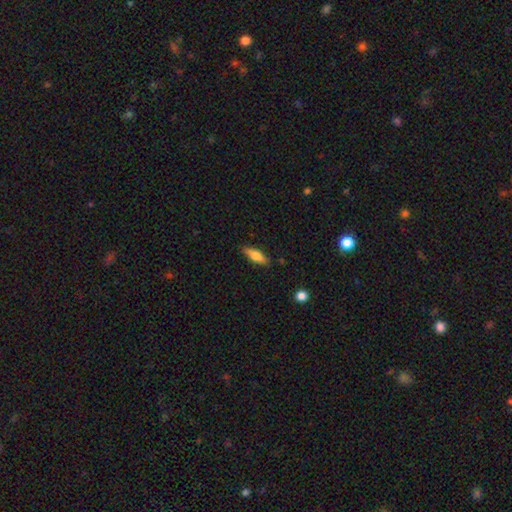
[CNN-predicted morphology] type=smooth (61%); roundness=in between (50%); merging=none (83%).